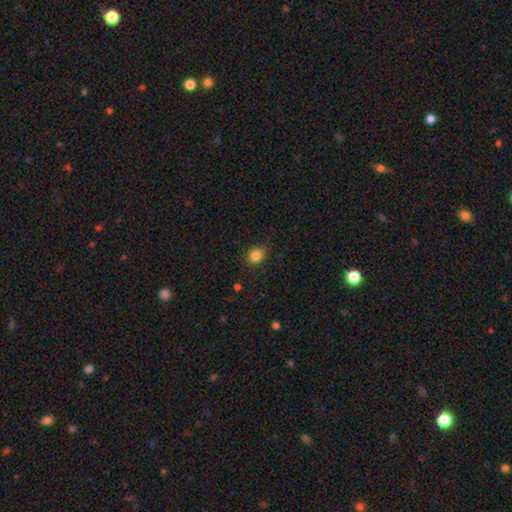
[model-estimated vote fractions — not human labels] Overall: smooth (84%). How rounded: round (55%; in between 44%). Merging: none (83%).